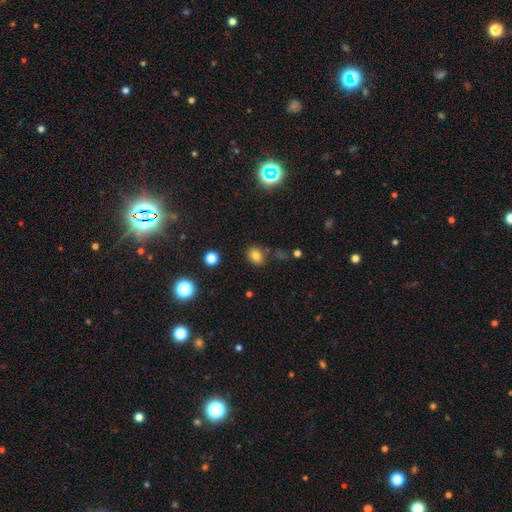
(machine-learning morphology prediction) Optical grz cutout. It shows a smooth galaxy with no disk features (78%) that is in between round and cigar-shaped (55%). Merging: none (78%).